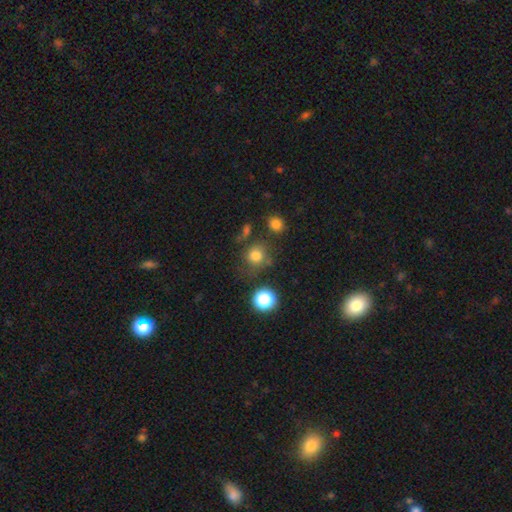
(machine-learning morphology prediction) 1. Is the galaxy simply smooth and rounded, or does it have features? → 76% smooth, 15% star or artifact, 8% featured or disk.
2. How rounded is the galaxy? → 86% round, 13% in between, 1% cigar-shaped.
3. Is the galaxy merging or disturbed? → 68% none, 16% minor disturbance, 8% merger, 8% major disturbance.